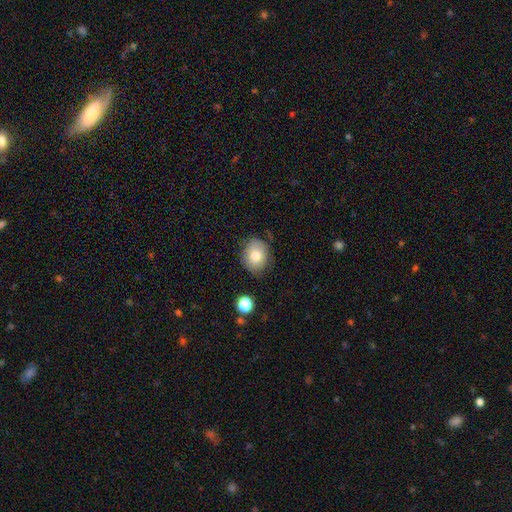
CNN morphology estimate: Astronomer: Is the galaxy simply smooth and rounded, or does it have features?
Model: smooth — 79%.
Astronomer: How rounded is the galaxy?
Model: round — 59% (runner-up: in between, 40%).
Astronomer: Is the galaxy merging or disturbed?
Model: none — 79%.